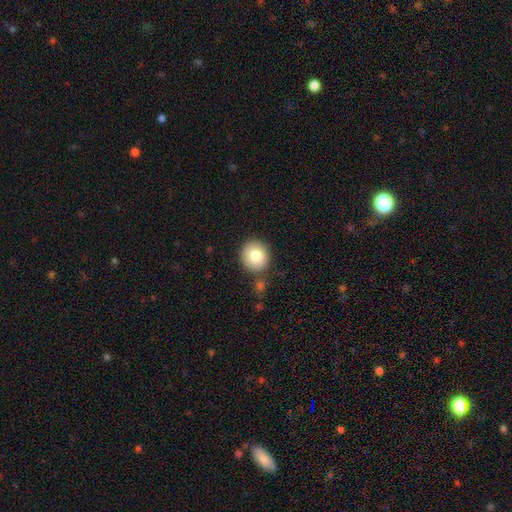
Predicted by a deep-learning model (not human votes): Morphology: type=smooth (79%); roundness=round (89%); merging=none (81%).